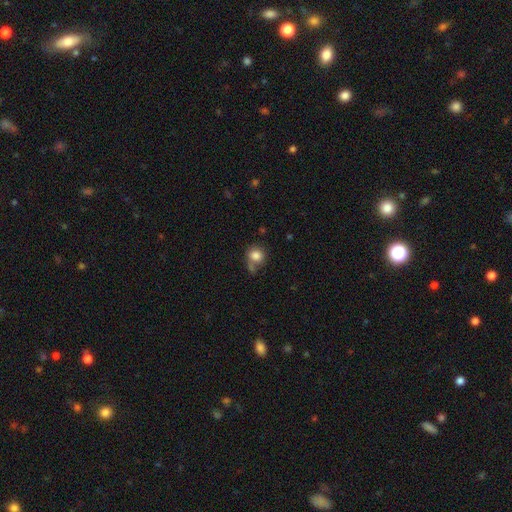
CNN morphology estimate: A smooth galaxy with no disk features (83%) that is round (78%). Merging: none (54%).